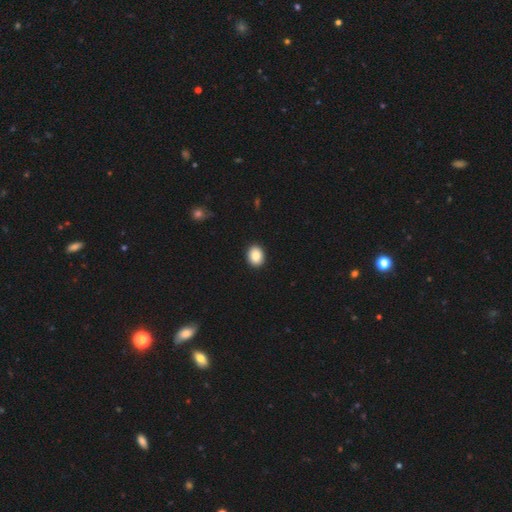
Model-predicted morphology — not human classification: This is clearly a smooth galaxy (88%). How rounded: possibly in between (52%). Merging: clearly none (92%).